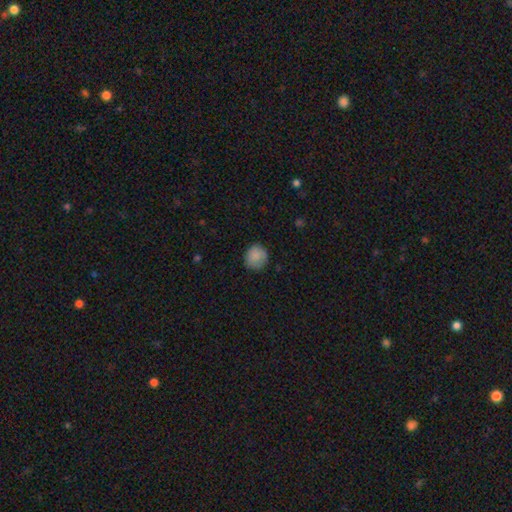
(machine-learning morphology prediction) Q: Smooth or featured?
A: smooth (86%); runner-up: star or artifact (8%)
Q: How rounded?
A: round (86%); runner-up: in between (13%)
Q: Merging?
A: none (81%); runner-up: minor disturbance (15%)